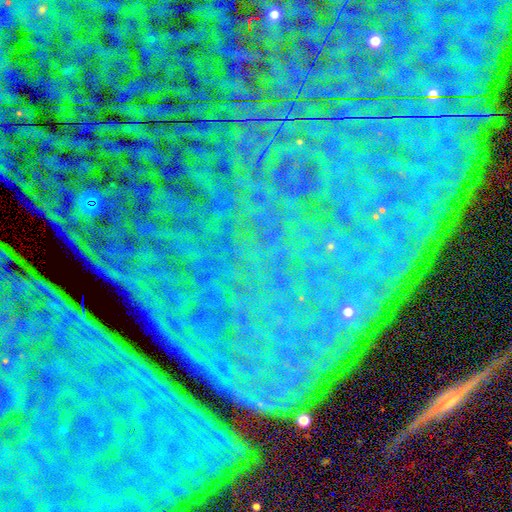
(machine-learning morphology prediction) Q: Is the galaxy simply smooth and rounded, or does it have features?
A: star or artifact — 87%.